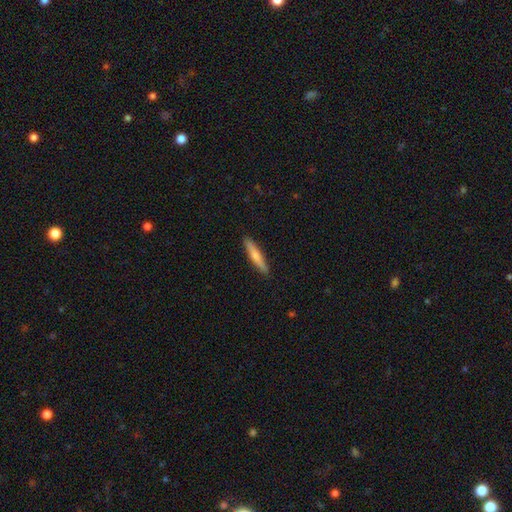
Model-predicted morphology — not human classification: Smooth or featured: smooth — 60% (featured or disk — 34%)
How rounded: cigar-shaped — 91% (in between — 7%)
Merging: none — 91% (minor disturbance — 7%)